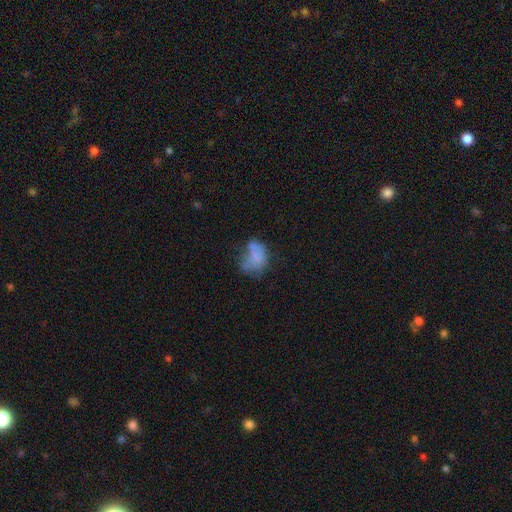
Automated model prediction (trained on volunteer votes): smooth-or-featured: smooth: 60% | featured or disk: 27% | star or artifact: 13%
  how-rounded: in between: 72% | round: 26% | cigar-shaped: 2%
  merging: none: 29% | major disturbance: 27% | minor disturbance: 25% | merger: 19%